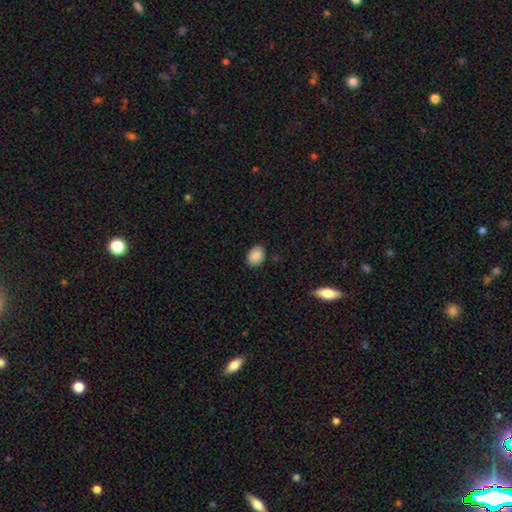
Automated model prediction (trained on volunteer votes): Smooth or featured?
  - smooth: 89% *
  - star or artifact: 8%
  - featured or disk: 3%
How rounded?
  - in between: 65% *
  - round: 34%
  - cigar-shaped: 1%
Merging?
  - none: 85% *
  - minor disturbance: 11%
  - major disturbance: 2%
  - merger: 1%